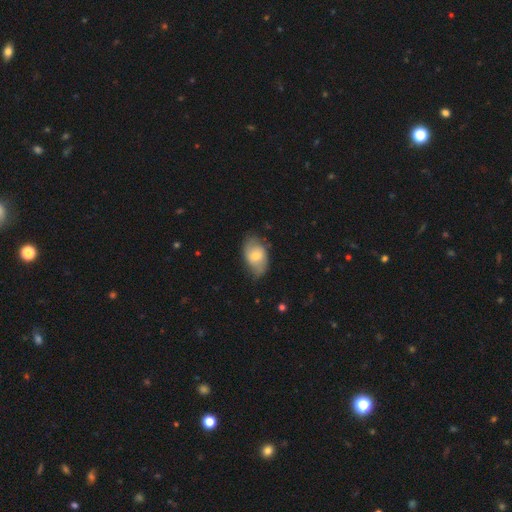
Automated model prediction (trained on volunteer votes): A smooth galaxy with no disk features (58%) that is in between round and cigar-shaped (88%). Merging: none (62%).